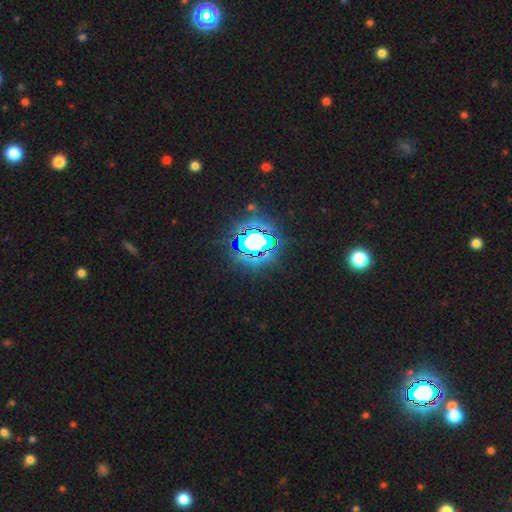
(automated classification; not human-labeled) Q: Smooth or featured?
A: star or artifact (84%); runner-up: smooth (10%)